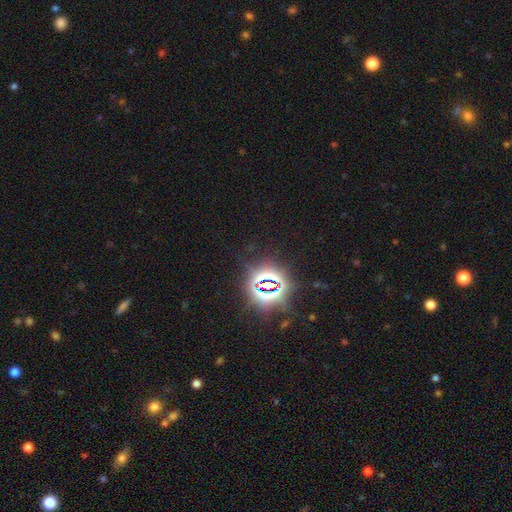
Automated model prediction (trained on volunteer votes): star or artifact 84%, smooth 10%, featured or disk 6%.